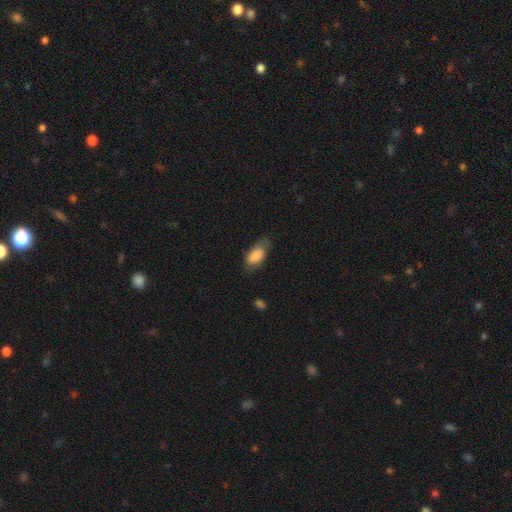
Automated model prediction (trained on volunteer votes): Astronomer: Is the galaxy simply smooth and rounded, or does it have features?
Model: smooth — 80%.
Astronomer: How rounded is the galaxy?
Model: in between — 90%.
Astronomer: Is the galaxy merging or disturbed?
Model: none — 61%.